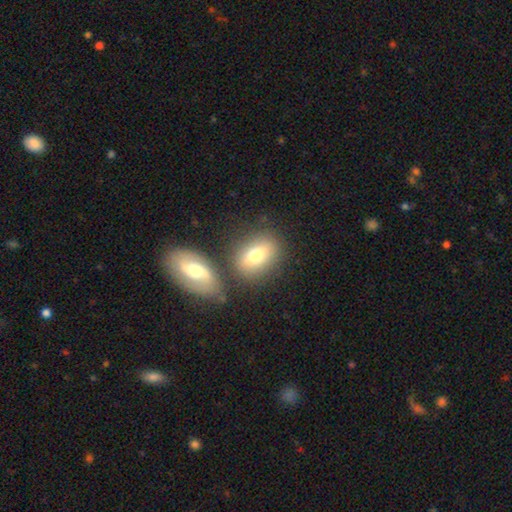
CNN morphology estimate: This appears to be a smooth galaxy with no disk features (72%) that is in between round and cigar-shaped (80%). Merging: none (67%).